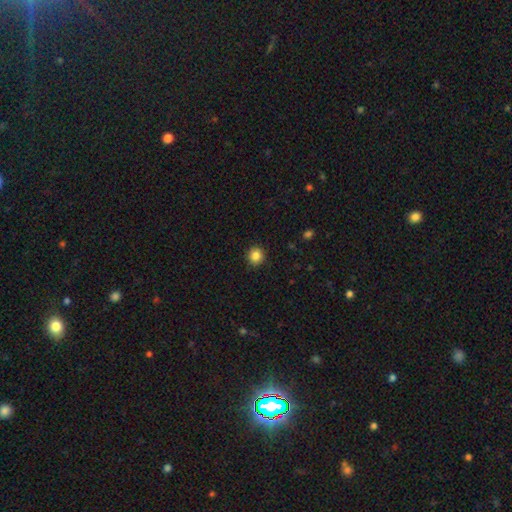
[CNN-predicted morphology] smooth_or_featured: smooth (p=0.86) [alt: star or artifact p=0.10]
how_rounded: round (p=0.91) [alt: in between p=0.08]
merging: none (p=0.91) [alt: minor disturbance p=0.06]